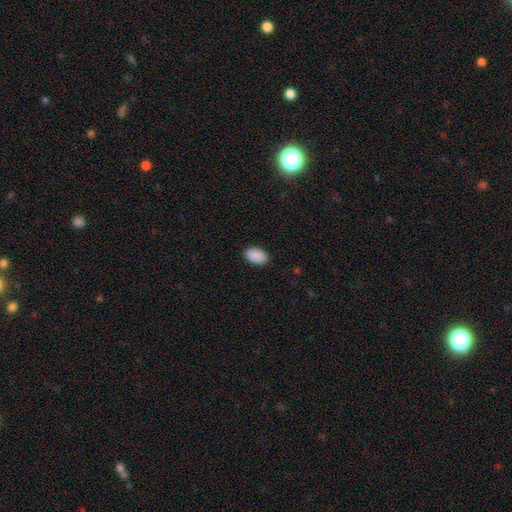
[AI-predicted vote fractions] Overall: smooth (91%). How rounded: in between (94%). Merging: none (89%).